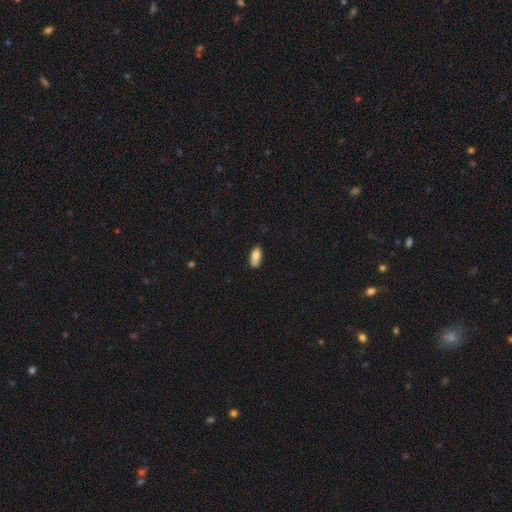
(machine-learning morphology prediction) Smooth or featured: smooth — 81% (featured or disk — 12%)
How rounded: in between — 87% (cigar-shaped — 10%)
Merging: none — 74% (minor disturbance — 20%)